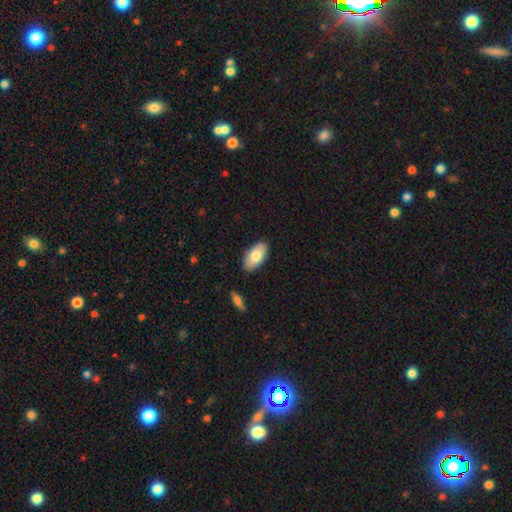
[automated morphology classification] A smooth galaxy with no disk features (77%) that is in between round and cigar-shaped (94%). Merging: none (86%).